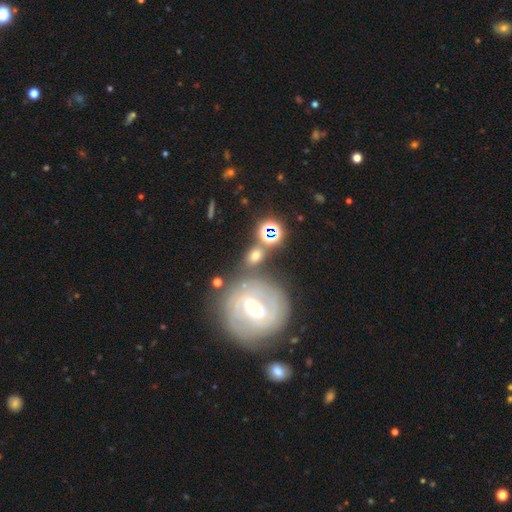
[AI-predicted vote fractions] A smooth galaxy with no disk features (51%) that is in between round and cigar-shaped (61%). Merging: none (58%).